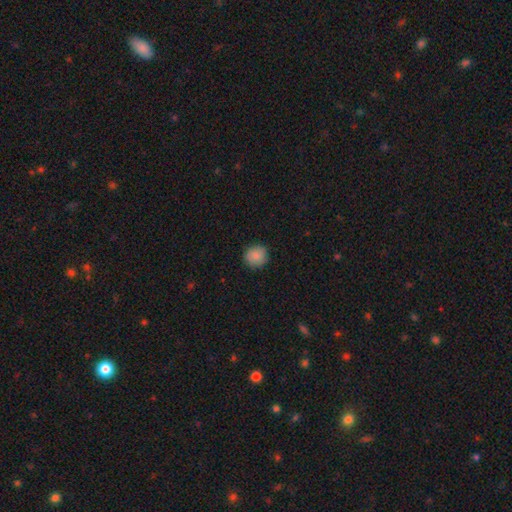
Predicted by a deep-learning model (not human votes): Smooth or featured? smooth (88%)
How rounded? round (90%)
Merging? none (89%)